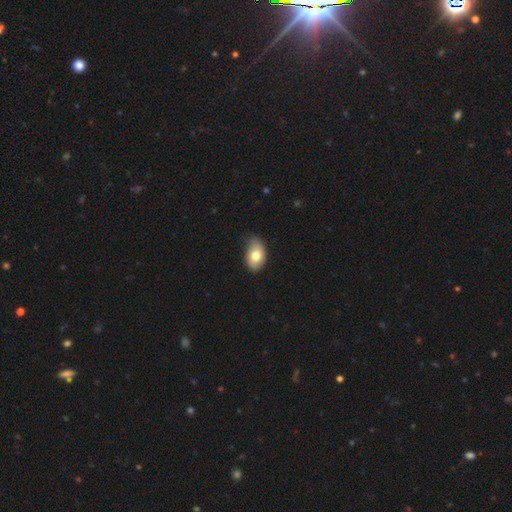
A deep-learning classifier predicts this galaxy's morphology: smooth 77%, featured or disk 16%, star or artifact 8%. Down the decision tree: how rounded — in between (89%); merging — none (71%).